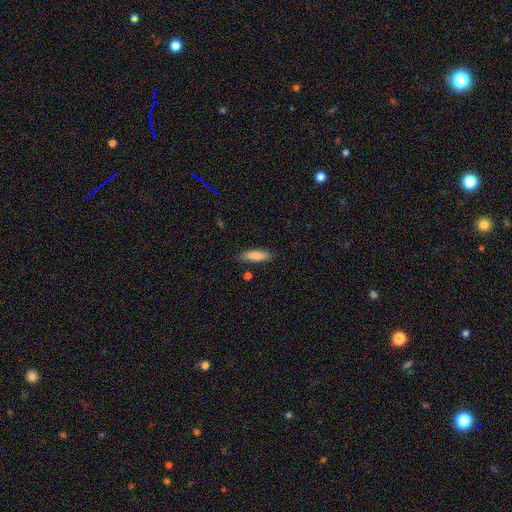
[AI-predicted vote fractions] Smooth or featured? smooth (83%)
How rounded? cigar-shaped (57%)
Merging? none (80%)